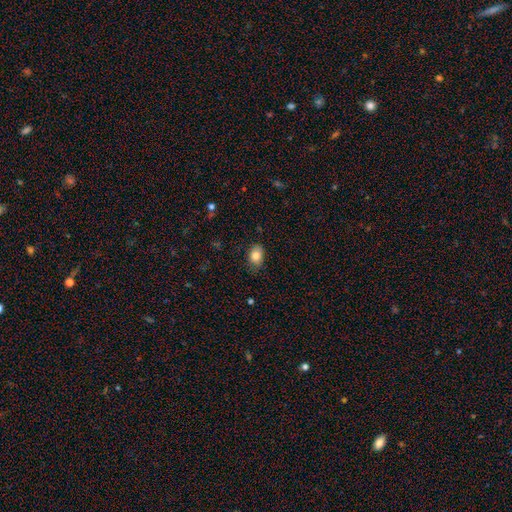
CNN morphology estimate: The model was most divided on "how rounded": in between: 79%, round: 20%, cigar-shaped: 1%. More confident: smooth or featured — smooth (84%); merging — none (80%).